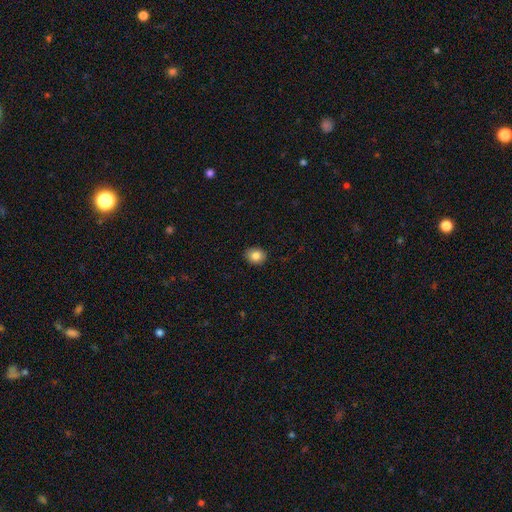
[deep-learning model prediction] A smooth galaxy with no disk features (85%) that is round (56%).

Vote fractions:
- Smooth or featured? smooth: 85% / star or artifact: 9% / featured or disk: 6%
- How rounded? round: 56% / in between: 43% / cigar-shaped: 1%
- Merging? none: 90% / minor disturbance: 8% / major disturbance: 2% / merger: 1%